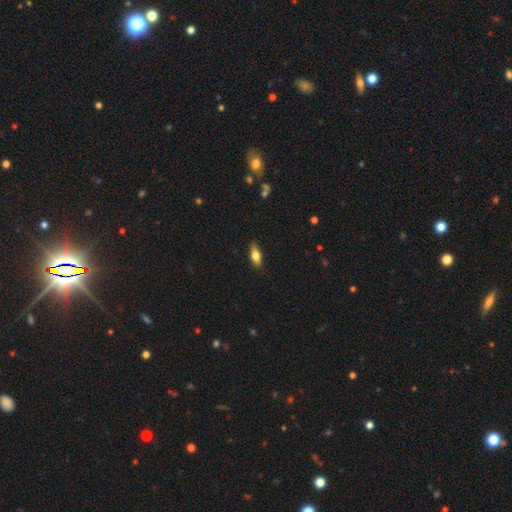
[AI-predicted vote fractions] Q: Smooth or featured?
A: smooth (66%); runner-up: featured or disk (27%)
Q: How rounded?
A: in between (71%); runner-up: cigar-shaped (26%)
Q: Merging?
A: none (85%); runner-up: minor disturbance (12%)